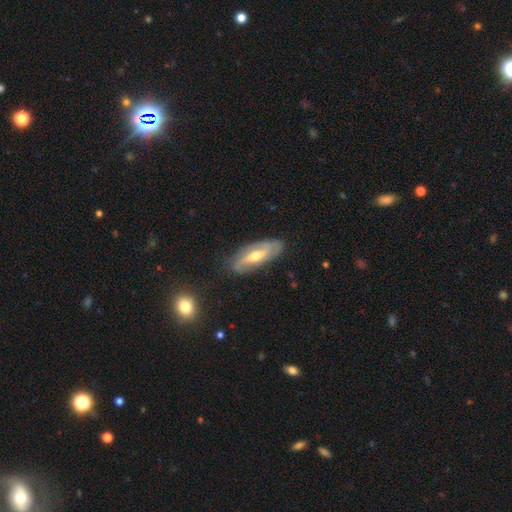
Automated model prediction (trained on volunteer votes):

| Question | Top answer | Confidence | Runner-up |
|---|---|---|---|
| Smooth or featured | featured or disk | 75% | smooth (19%) |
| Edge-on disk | no | 83% | yes (17%) |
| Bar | weak | 42% | no (31%) |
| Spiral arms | yes | 87% | no (13%) |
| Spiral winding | medium | 38% | tight (32%) |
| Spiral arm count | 2 | 74% | can't tell (17%) |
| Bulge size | moderate | 60% | small (35%) |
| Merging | none | 82% | minor disturbance (14%) |